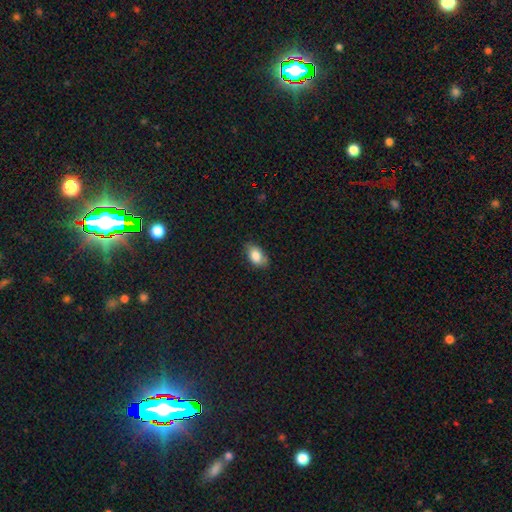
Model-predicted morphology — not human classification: smooth 84%, featured or disk 9%, star or artifact 8%. Down the decision tree: how rounded — in between (89%); merging — none (75%).